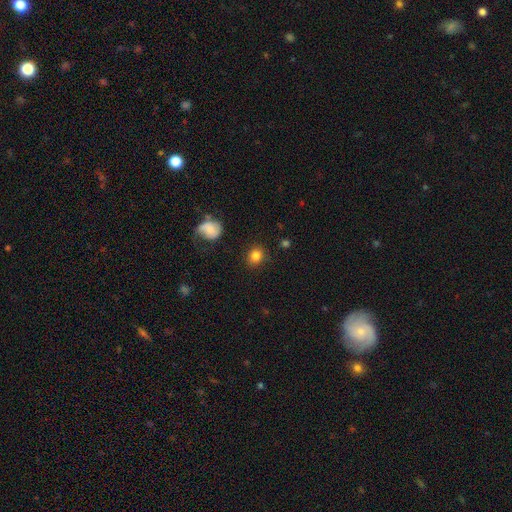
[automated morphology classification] The model was most divided on "how rounded": round: 73%, in between: 26%, cigar-shaped: 1%. More confident: merging — none (84%); smooth or featured — smooth (83%).